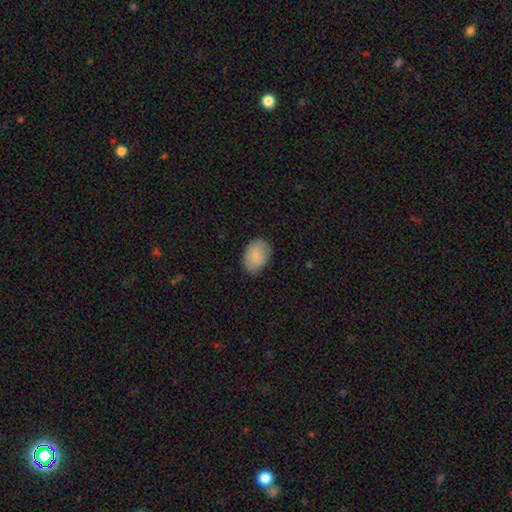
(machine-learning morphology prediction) Overall: smooth (86%). How rounded: in between (84%). Merging: none (79%).